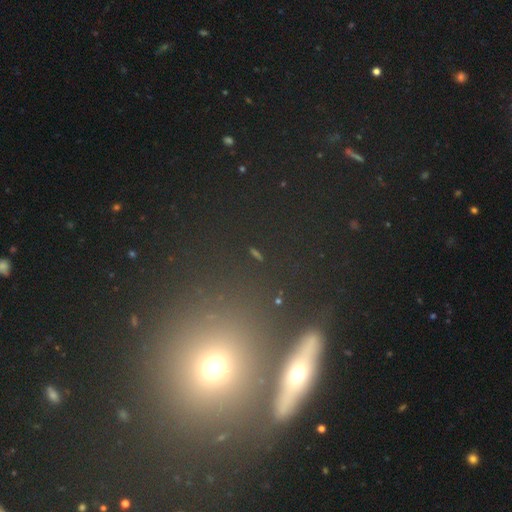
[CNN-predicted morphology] Q: Smooth or featured?
A: star or artifact (46%); runner-up: smooth (37%)